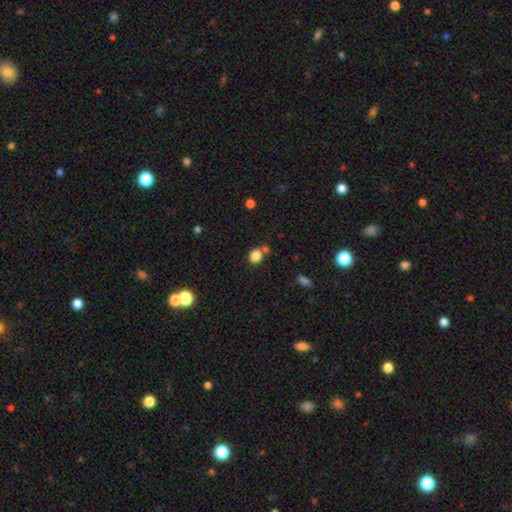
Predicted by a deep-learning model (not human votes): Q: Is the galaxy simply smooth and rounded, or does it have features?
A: smooth — 84%.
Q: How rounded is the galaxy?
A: round — 64%.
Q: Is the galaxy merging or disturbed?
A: none — 61%.